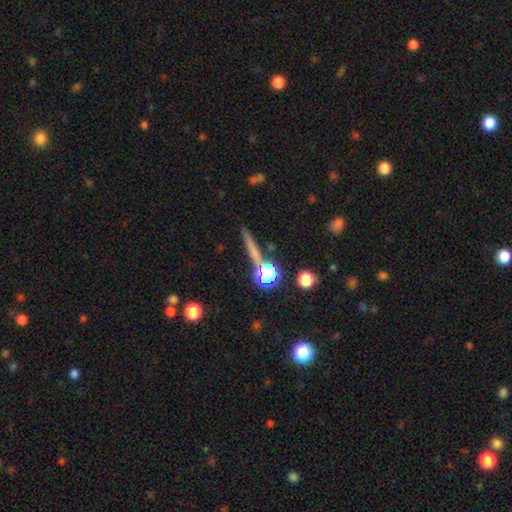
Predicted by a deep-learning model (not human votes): A smooth galaxy with no disk features (42%). Merging: none (78%).